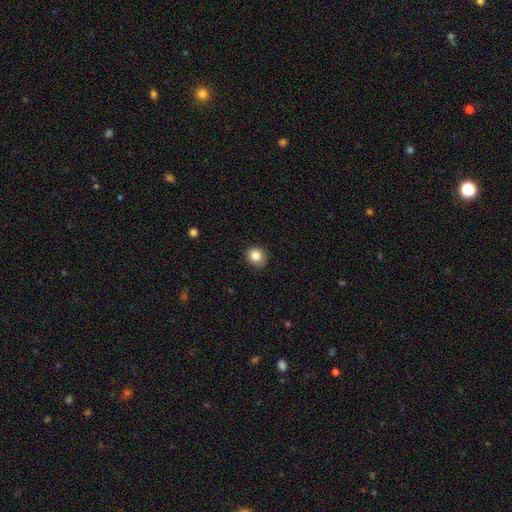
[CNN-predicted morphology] smooth-or-featured: smooth: 85% | star or artifact: 10% | featured or disk: 5%
  how-rounded: round: 85% | in between: 14% | cigar-shaped: 1%
  merging: none: 87% | minor disturbance: 10% | major disturbance: 2% | merger: 1%